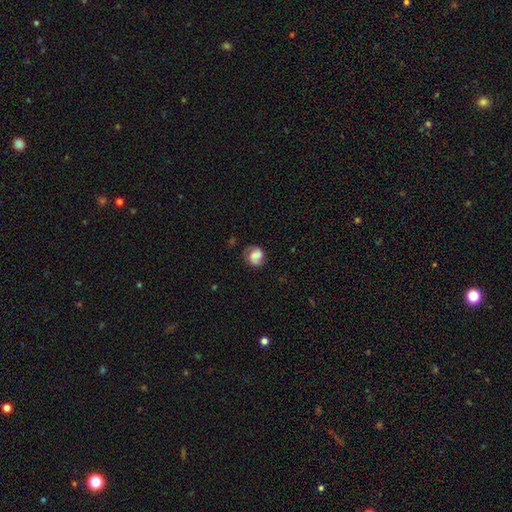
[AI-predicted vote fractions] Smooth or featured? Predicted: smooth (p=0.56). How rounded? Predicted: round (p=0.72). Merging? Predicted: none (p=0.64).